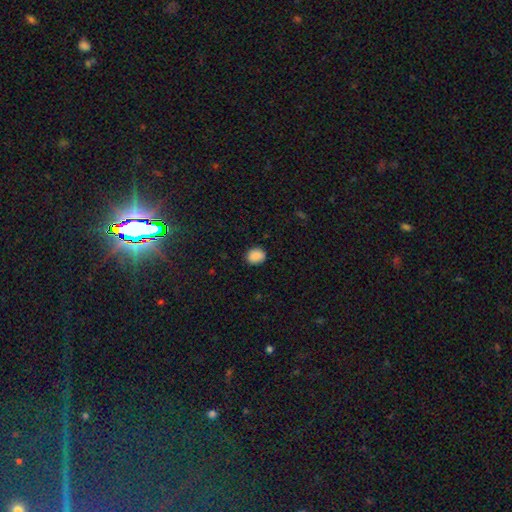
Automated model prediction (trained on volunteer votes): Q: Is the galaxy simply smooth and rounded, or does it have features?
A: smooth — 89%.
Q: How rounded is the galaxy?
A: round — 64%.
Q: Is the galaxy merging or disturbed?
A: none — 88%.